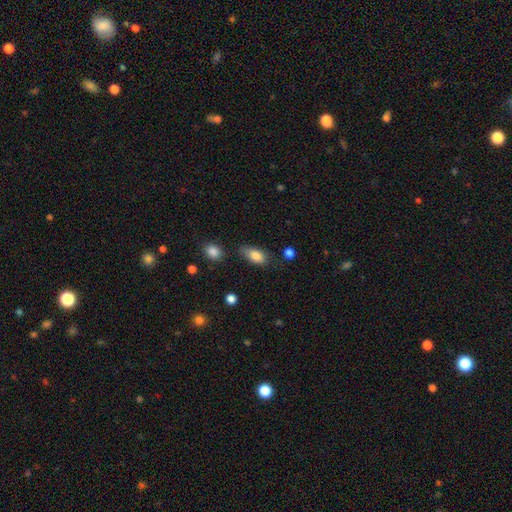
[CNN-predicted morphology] smooth 84%, featured or disk 9%, star or artifact 8%. Down the decision tree: how rounded — in between (87%); merging — none (65%).